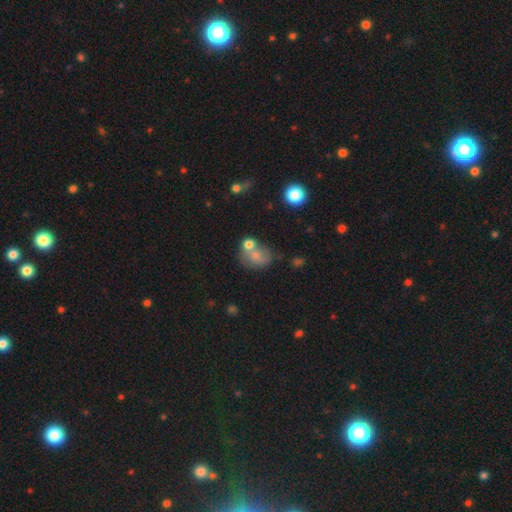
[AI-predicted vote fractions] A smooth galaxy with no disk features (64%) that is in between round and cigar-shaped (54%).

Vote fractions:
- Smooth or featured? smooth: 64% / featured or disk: 24% / star or artifact: 12%
- How rounded? in between: 54% / round: 44% / cigar-shaped: 1%
- Merging? merger: 38% / none: 33% / minor disturbance: 18% / major disturbance: 11%